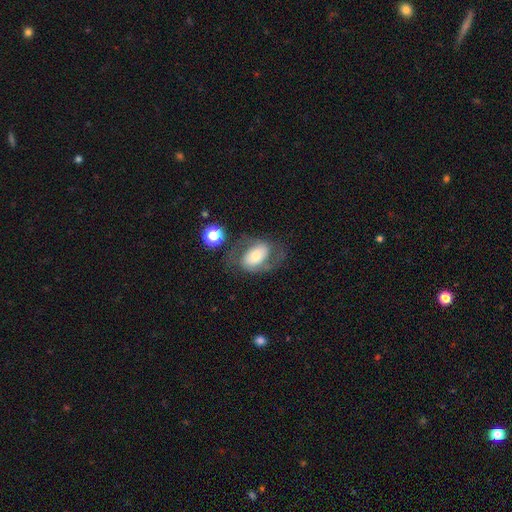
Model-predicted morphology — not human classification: smooth-or-featured: featured or disk: 55% | smooth: 36% | star or artifact: 8%
  disk-edge-on: no: 95% | yes: 5%
    bar: no: 51% | weak: 28% | strong: 21%
    has-spiral-arms: yes: 70% | no: 30%
    bulge-size: moderate: 47% | small: 32% | large: 14% | dominant: 4% | none: 2%
  merging: none: 59% | minor disturbance: 19% | major disturbance: 18% | merger: 4%